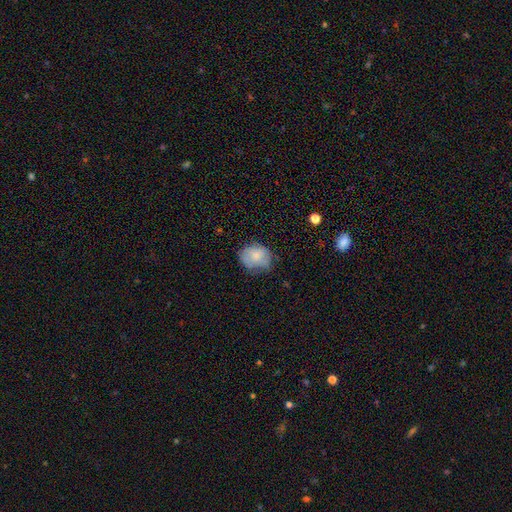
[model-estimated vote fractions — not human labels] This appears to be a smooth galaxy with no disk features (75%) that is round (55%). Merging: none (58%).